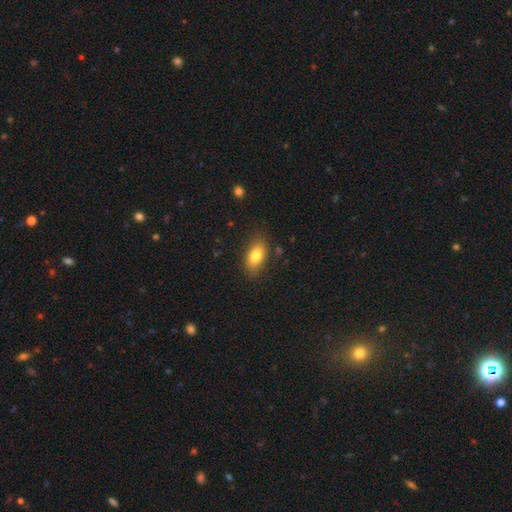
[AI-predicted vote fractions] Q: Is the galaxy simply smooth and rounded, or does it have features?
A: smooth — 80%.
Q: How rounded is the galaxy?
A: in between — 87%.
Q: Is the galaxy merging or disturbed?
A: none — 83%.